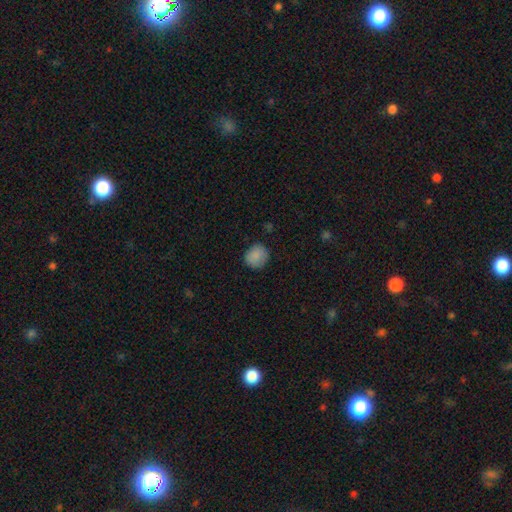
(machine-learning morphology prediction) A smooth galaxy with no disk features (87%) that is round (83%).

Vote fractions:
- Smooth or featured? smooth: 87% / star or artifact: 8% / featured or disk: 5%
- How rounded? round: 83% / in between: 16% / cigar-shaped: 1%
- Merging? none: 82% / minor disturbance: 14% / major disturbance: 3% / merger: 1%